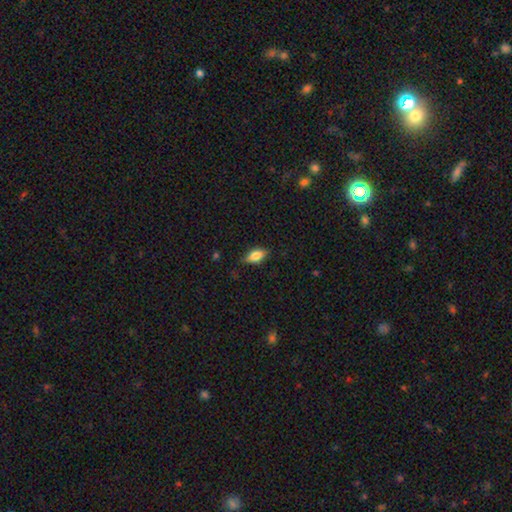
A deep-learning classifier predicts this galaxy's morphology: Q: Smooth or featured?
A: smooth (68%); runner-up: featured or disk (24%)
Q: How rounded?
A: in between (83%); runner-up: cigar-shaped (12%)
Q: Merging?
A: none (76%); runner-up: minor disturbance (18%)